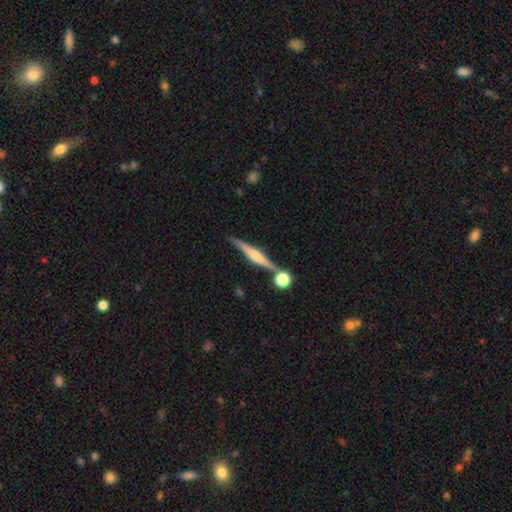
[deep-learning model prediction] A featured or disk galaxy (71%) viewed edge-on (97%) with a rounded central bulge (67%). Merging: none (75%).